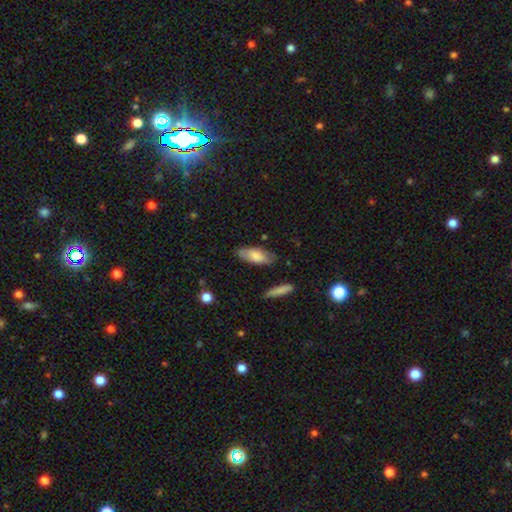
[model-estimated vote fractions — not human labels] A smooth galaxy with no disk features (70%) that is in between round and cigar-shaped (78%). Merging: none (75%).